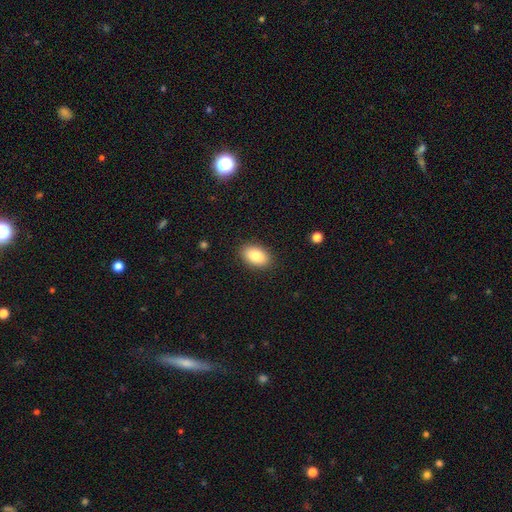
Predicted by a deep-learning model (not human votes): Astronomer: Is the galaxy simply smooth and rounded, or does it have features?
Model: smooth — 86%.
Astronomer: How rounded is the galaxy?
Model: in between — 92%.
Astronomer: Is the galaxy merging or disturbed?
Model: none — 88%.